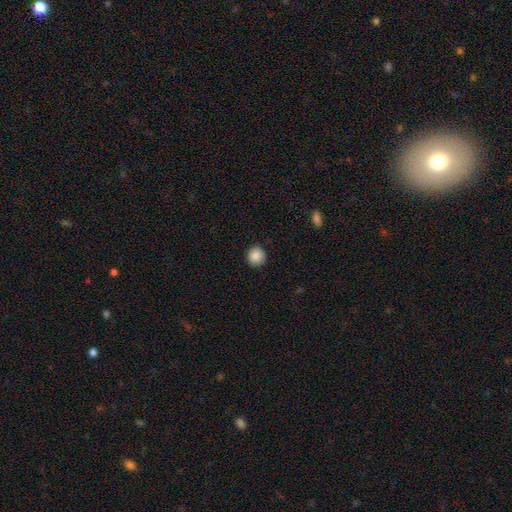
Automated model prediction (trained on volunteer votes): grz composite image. It shows a smooth galaxy with no disk features (88%) that is round (92%). Merging: none (89%).